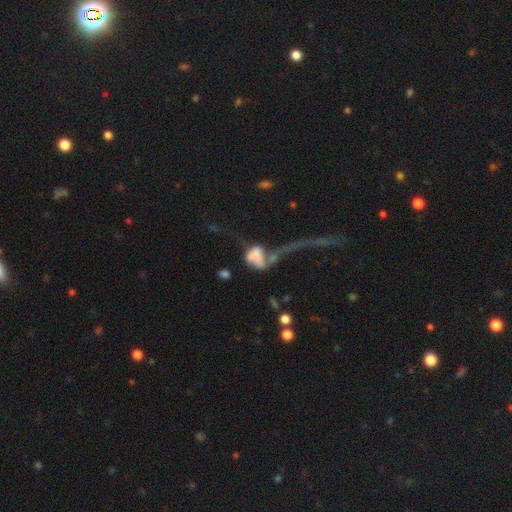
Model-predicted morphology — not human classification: A smooth galaxy with no disk features (49%). Merging: major disturbance (45%).